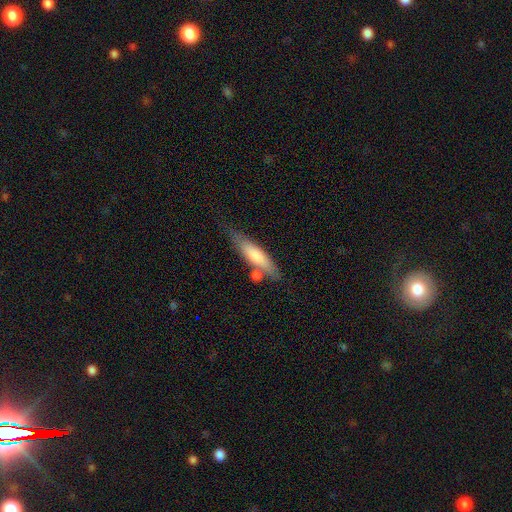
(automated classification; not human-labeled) This is likely a smooth galaxy (67%). How rounded: likely cigar-shaped (73%). Merging: possibly none (58%).